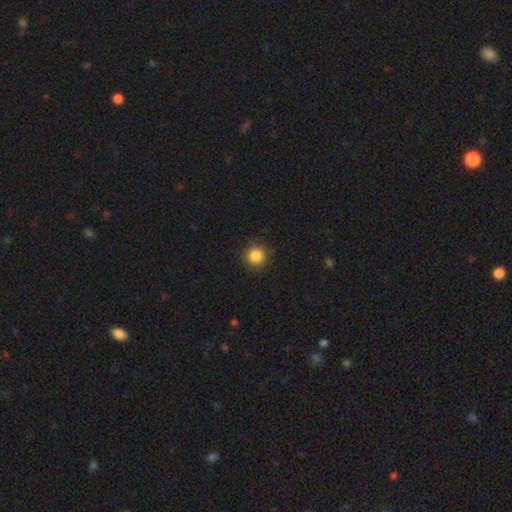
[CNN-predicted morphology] This is clearly a smooth galaxy (86%). How rounded: clearly round (95%). Merging: clearly none (90%).